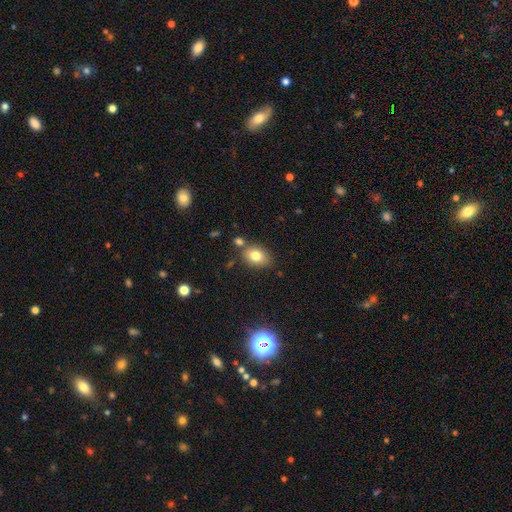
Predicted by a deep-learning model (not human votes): Q: Smooth or featured?
A: smooth (79%); runner-up: featured or disk (11%)
Q: How rounded?
A: in between (77%); runner-up: round (22%)
Q: Merging?
A: none (72%); runner-up: minor disturbance (14%)